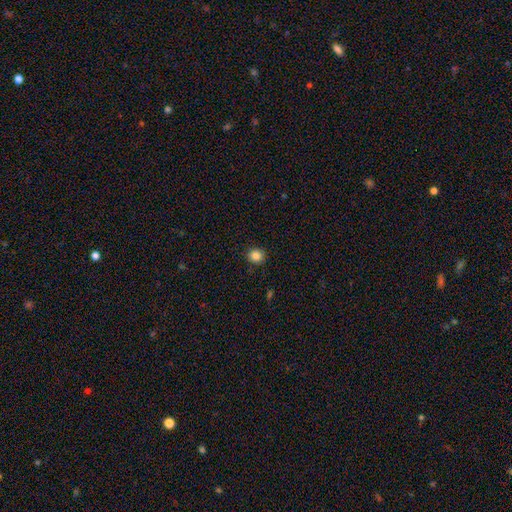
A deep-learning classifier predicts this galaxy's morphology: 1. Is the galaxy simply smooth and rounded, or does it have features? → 86% smooth, 11% star or artifact, 4% featured or disk.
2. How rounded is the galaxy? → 81% round, 18% in between, 1% cigar-shaped.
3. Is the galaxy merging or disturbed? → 90% none, 7% minor disturbance, 2% major disturbance, 1% merger.